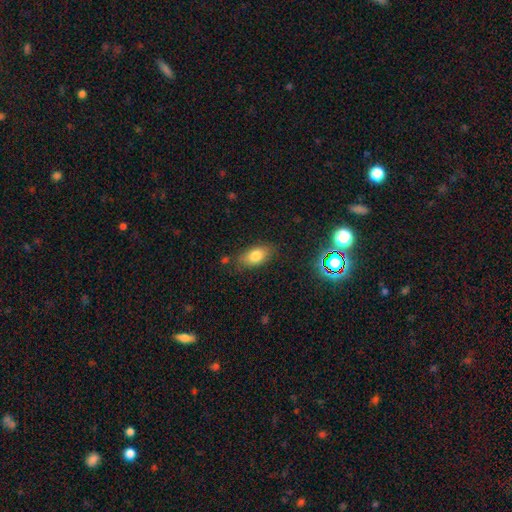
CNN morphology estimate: A smooth galaxy with no disk features (78%) that is in between round and cigar-shaped (86%). Merging: none (78%).